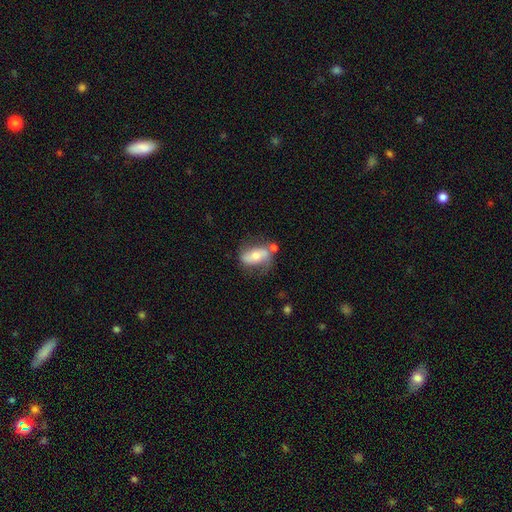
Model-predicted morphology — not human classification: This appears to be a featured or disk galaxy (49%). Merging: none (52%).